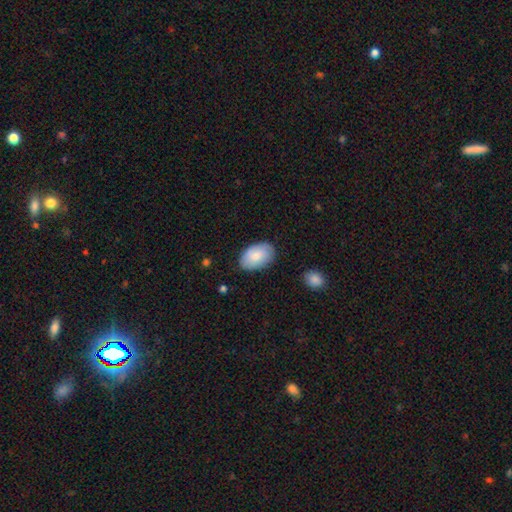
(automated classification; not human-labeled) Smooth or featured: smooth — 79% (featured or disk — 15%)
How rounded: in between — 92% (round — 7%)
Merging: none — 83% (minor disturbance — 13%)